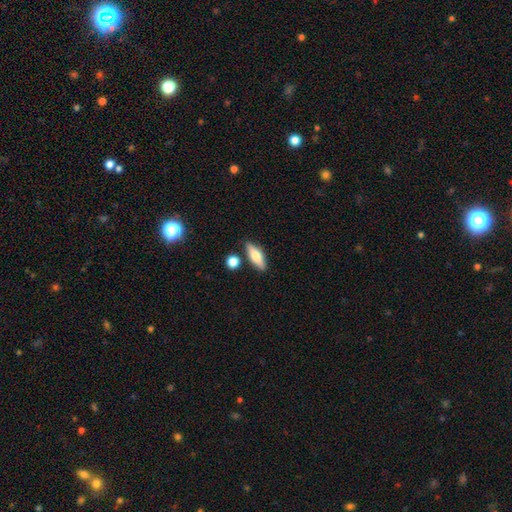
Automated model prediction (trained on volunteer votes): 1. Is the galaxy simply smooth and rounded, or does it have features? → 64% smooth, 29% featured or disk, 7% star or artifact.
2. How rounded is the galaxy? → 57% in between, 39% cigar-shaped, 4% round.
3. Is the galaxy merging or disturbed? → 79% none, 11% minor disturbance, 7% merger, 3% major disturbance.